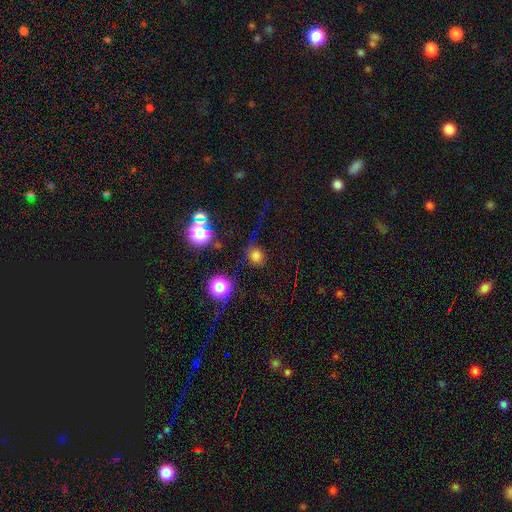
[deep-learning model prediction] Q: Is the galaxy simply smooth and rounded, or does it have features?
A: smooth — 68%.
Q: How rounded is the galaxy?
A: round — 80%.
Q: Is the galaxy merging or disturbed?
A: none — 47%.